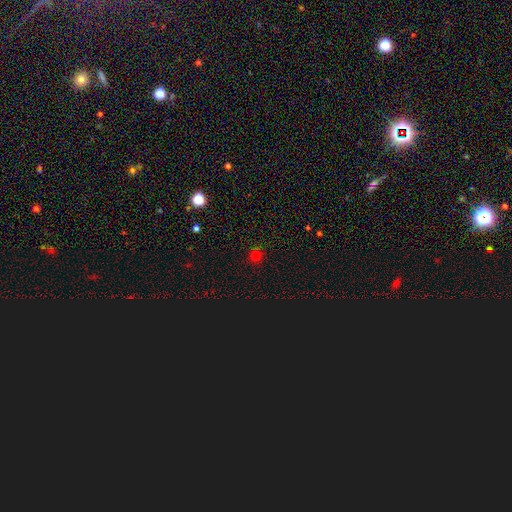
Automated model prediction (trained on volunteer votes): A smooth galaxy with no disk features (65%) that is round (87%). Merging: none (83%).